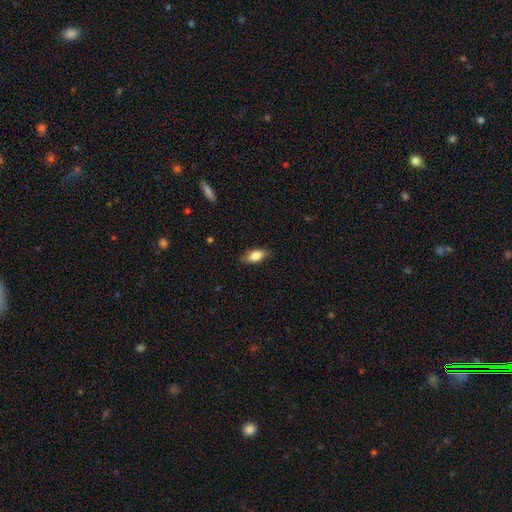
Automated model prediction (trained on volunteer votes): Q: Smooth or featured?
A: smooth (82%); runner-up: featured or disk (11%)
Q: How rounded?
A: in between (86%); runner-up: cigar-shaped (9%)
Q: Merging?
A: none (82%); runner-up: minor disturbance (14%)